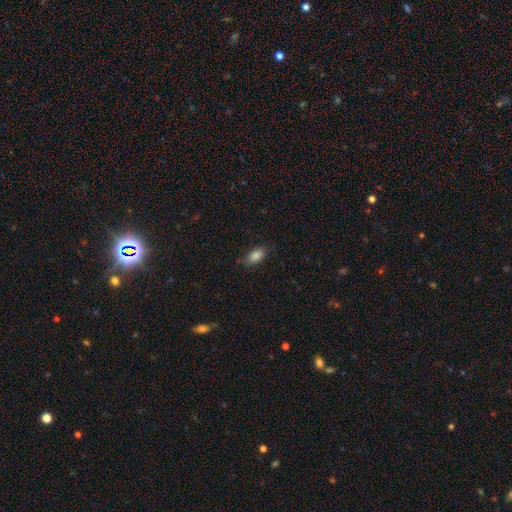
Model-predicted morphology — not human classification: Smooth or featured: smooth — 85% (star or artifact — 9%)
How rounded: in between — 89% (round — 6%)
Merging: none — 77% (minor disturbance — 18%)